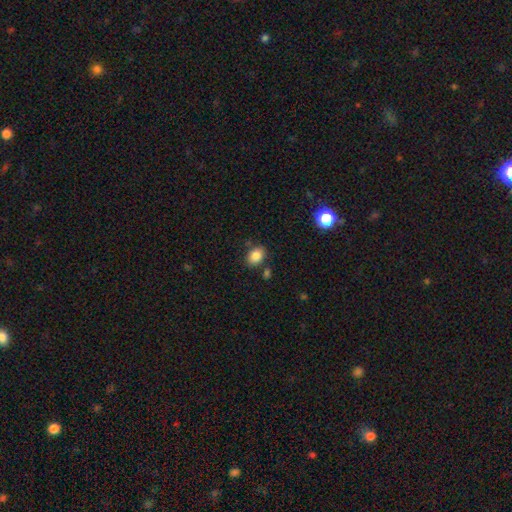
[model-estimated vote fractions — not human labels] Smooth or featured: smooth — 85% (star or artifact — 10%)
How rounded: in between — 69% (round — 30%)
Merging: none — 77% (minor disturbance — 13%)